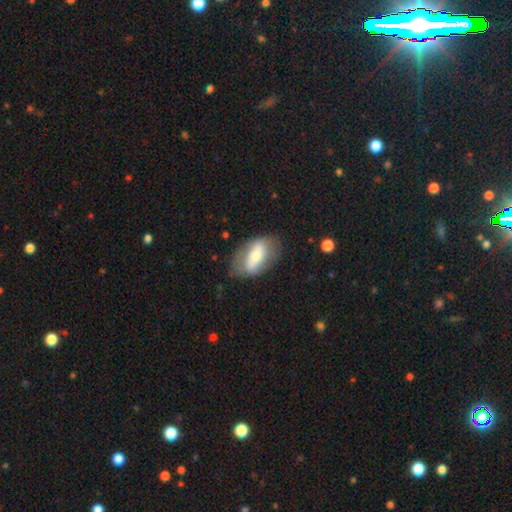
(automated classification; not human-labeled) smooth_or_featured: smooth (p=0.49) [alt: featured or disk p=0.45]
merging: none (p=0.66) [alt: minor disturbance p=0.22]